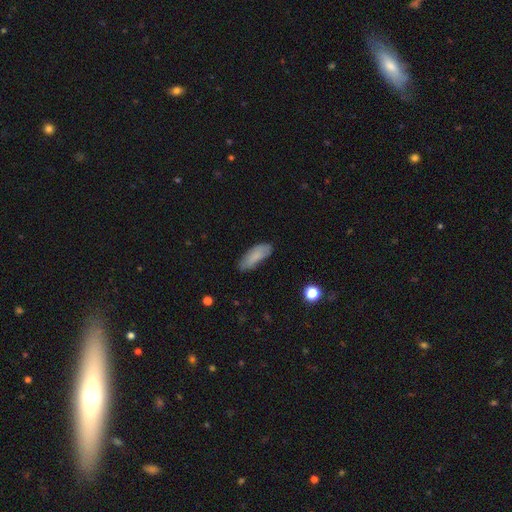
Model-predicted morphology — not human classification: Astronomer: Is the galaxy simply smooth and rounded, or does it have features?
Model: smooth — 80%.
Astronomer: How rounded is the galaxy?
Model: in between — 71%.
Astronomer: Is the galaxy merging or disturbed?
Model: none — 74%.